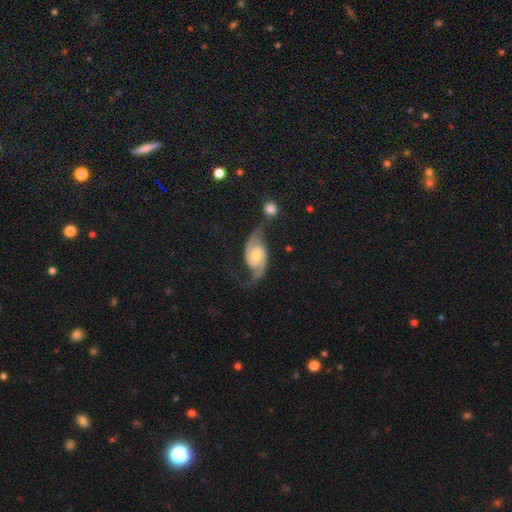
Overall: featured or disk (82%). Edge-on disk: no (88%). Bar: no (62%; weak 34%). Spiral arms: yes (97%). Spiral arm count: 2 (93%). Spiral winding: loose (50%; medium 29%). Bulge size: moderate (62%). Merging: none (60%).